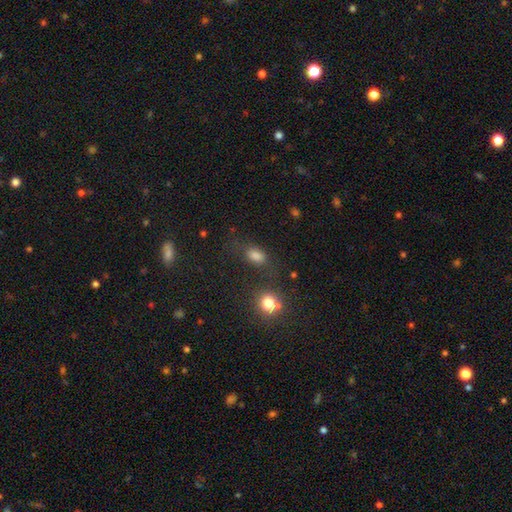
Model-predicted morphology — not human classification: smooth-or-featured: smooth: 77% | star or artifact: 16% | featured or disk: 7%
  how-rounded: in between: 79% | round: 17% | cigar-shaped: 4%
  merging: none: 63% | minor disturbance: 19% | major disturbance: 10% | merger: 9%